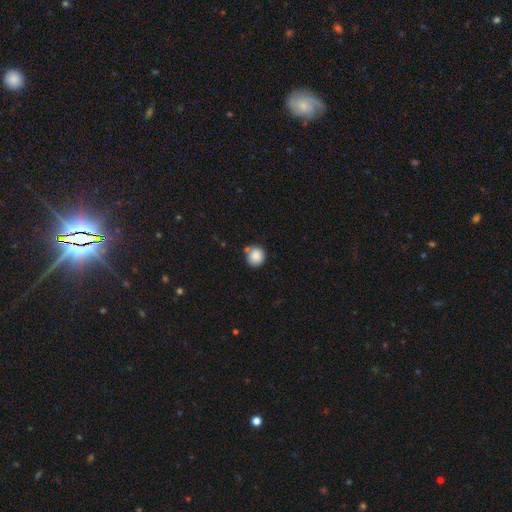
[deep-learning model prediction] smooth_or_featured: smooth (p=0.87) [alt: star or artifact p=0.09]
how_rounded: round (p=0.90) [alt: in between p=0.09]
merging: none (p=0.72) [alt: minor disturbance p=0.15]